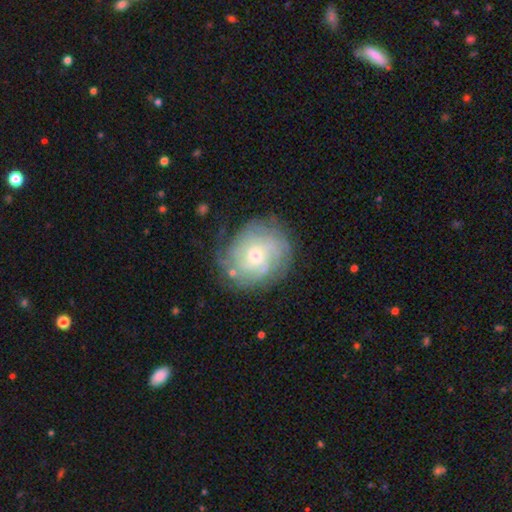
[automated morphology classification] featured or disk 73%, smooth 19%, star or artifact 8%. Down the decision tree: edge-on disk — no (97%); bar — no (74%); spiral arms — yes (89%); spiral arm count — can't tell (51%); spiral winding — tight (68%); bulge size — small (48%); merging — none (75%).